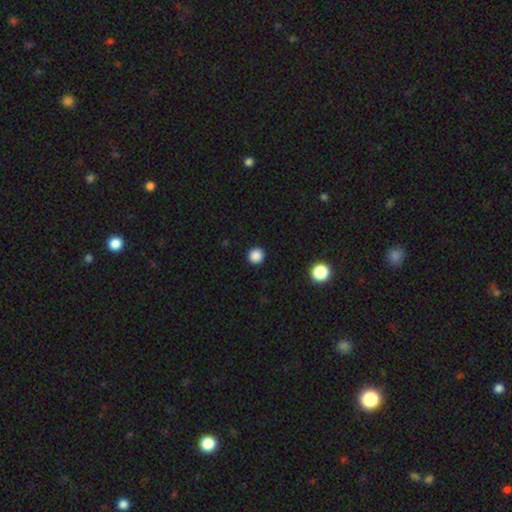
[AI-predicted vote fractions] Overall: smooth (87%). How rounded: round (95%). Merging: none (93%).